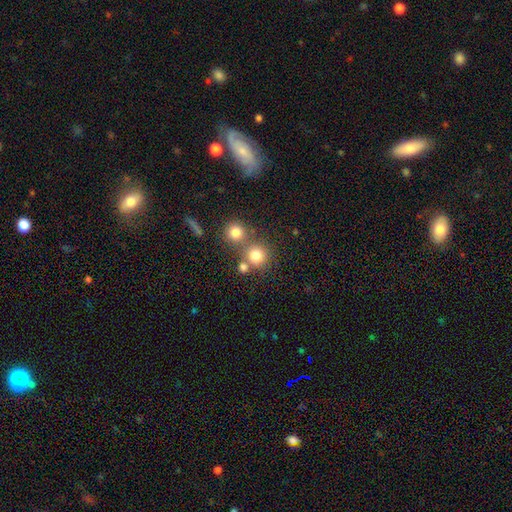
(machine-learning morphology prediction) Smooth or featured? Predicted: smooth (p=0.77). How rounded? Predicted: round (p=0.90). Merging? Predicted: none (p=0.58).